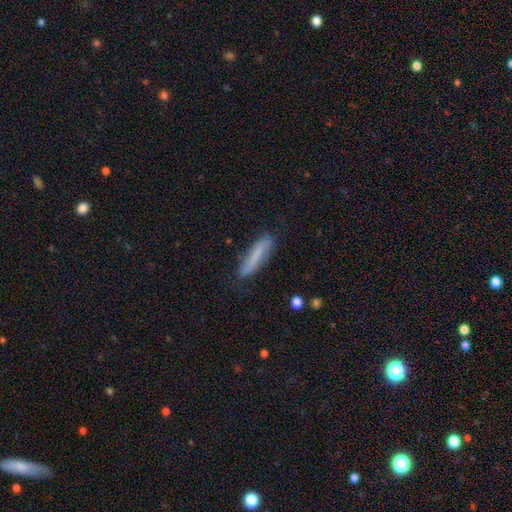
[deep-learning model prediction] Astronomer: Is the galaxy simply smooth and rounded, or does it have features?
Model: smooth — 66%.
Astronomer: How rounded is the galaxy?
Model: cigar-shaped — 79%.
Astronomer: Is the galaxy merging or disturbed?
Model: none — 75%.